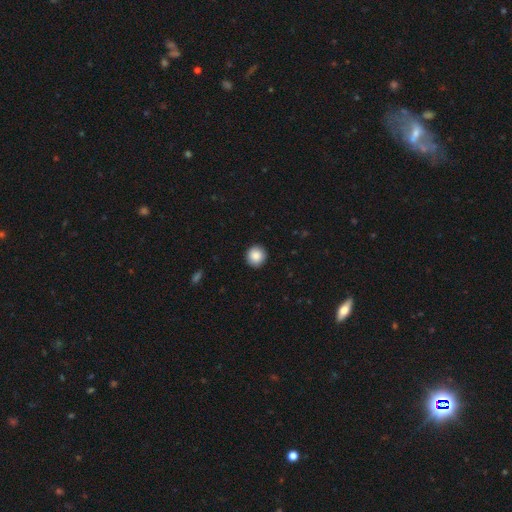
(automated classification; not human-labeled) smooth_or_featured: smooth (p=0.88) [alt: star or artifact p=0.08]
how_rounded: round (p=0.94) [alt: in between p=0.05]
merging: none (p=0.92) [alt: minor disturbance p=0.05]